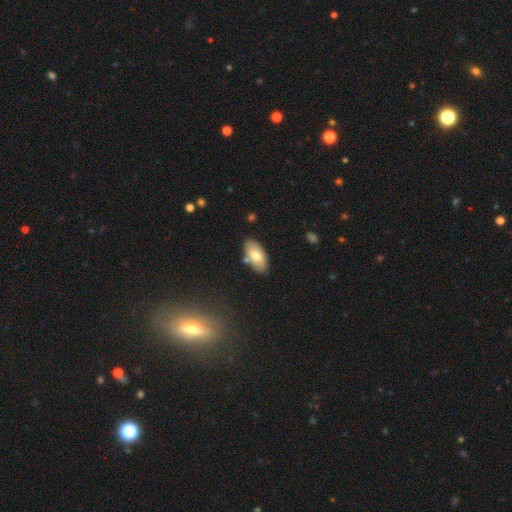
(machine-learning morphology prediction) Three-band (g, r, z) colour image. It shows a smooth galaxy with no disk features (71%) that is in between round and cigar-shaped (94%). Merging: none (79%).